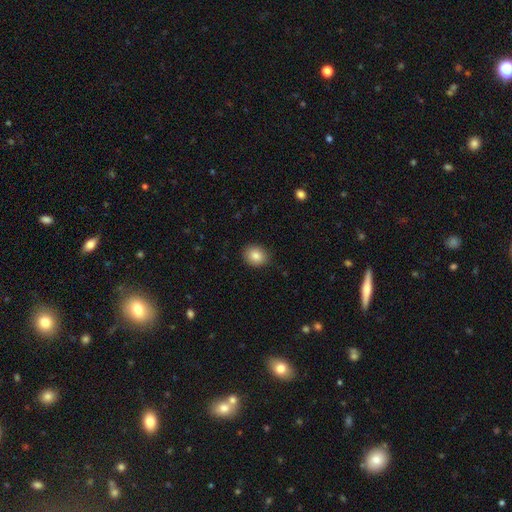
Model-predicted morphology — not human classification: Smooth or featured? Predicted: smooth (p=0.86). How rounded? Predicted: round (p=0.59). Merging? Predicted: none (p=0.87).